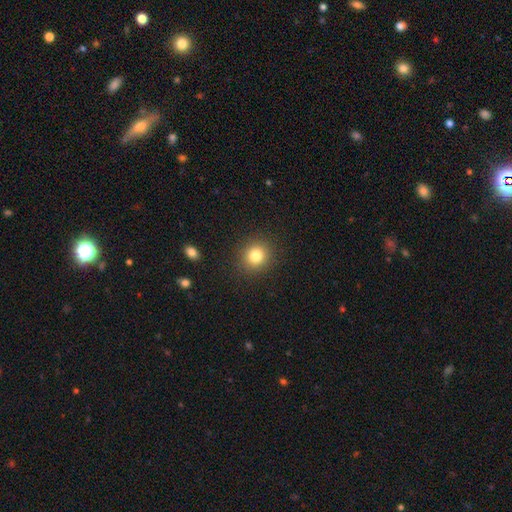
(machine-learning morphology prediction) Smooth or featured?
  - smooth: 81% *
  - star or artifact: 12%
  - featured or disk: 8%
How rounded?
  - round: 84% *
  - in between: 15%
  - cigar-shaped: 1%
Merging?
  - none: 89% *
  - minor disturbance: 7%
  - major disturbance: 3%
  - merger: 1%